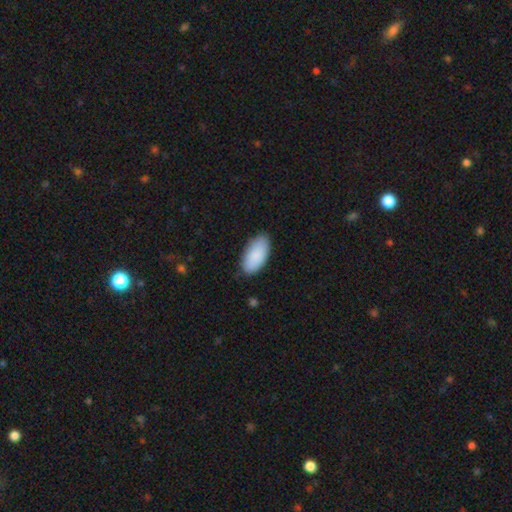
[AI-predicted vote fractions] Q: Smooth or featured?
A: smooth (89%); runner-up: star or artifact (6%)
Q: How rounded?
A: in between (94%); runner-up: cigar-shaped (5%)
Q: Merging?
A: none (84%); runner-up: minor disturbance (12%)